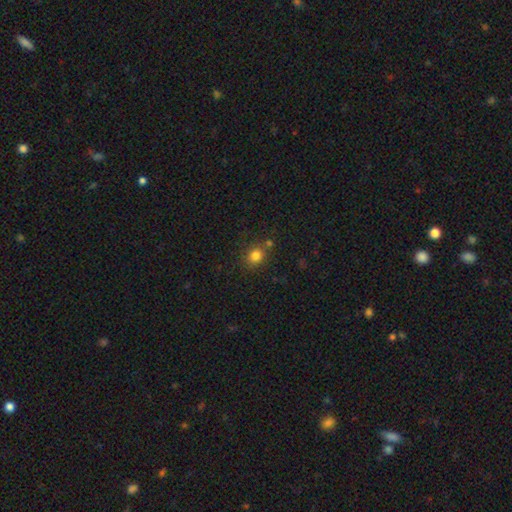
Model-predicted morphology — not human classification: Smooth or featured: smooth — 81% (star or artifact — 14%)
How rounded: round — 79% (in between — 20%)
Merging: none — 75% (minor disturbance — 12%)